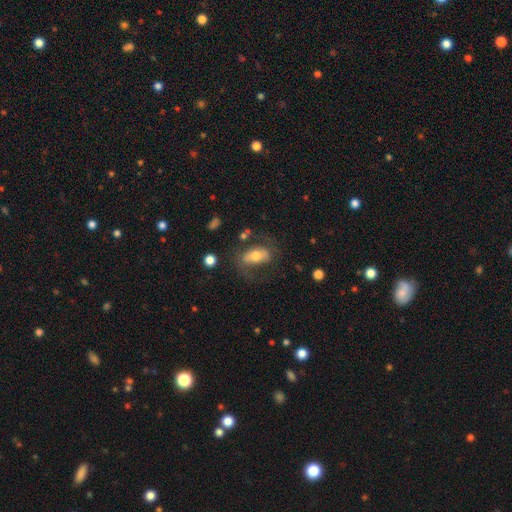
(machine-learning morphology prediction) This appears to be a smooth galaxy with no disk features (49%). Merging: none (55%).